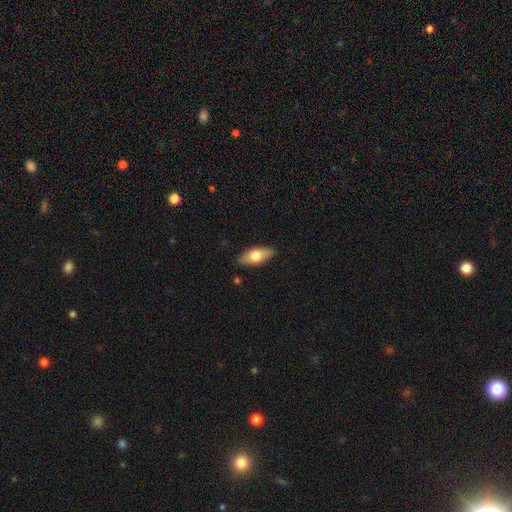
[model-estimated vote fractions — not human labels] Morphology: type=smooth (71%); roundness=in between (79%); merging=none (87%).